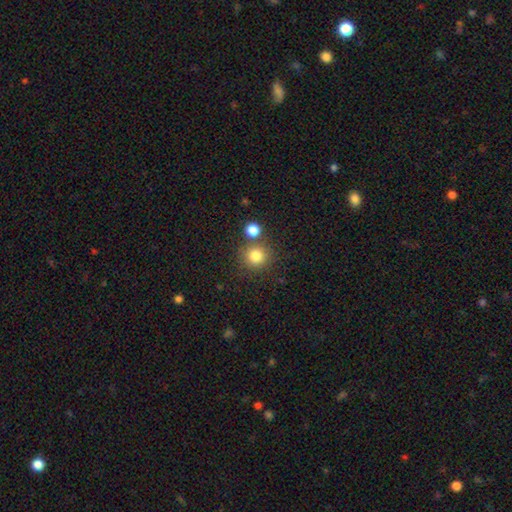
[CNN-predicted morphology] Smooth or featured: smooth — 82% (star or artifact — 12%)
How rounded: round — 92% (in between — 7%)
Merging: none — 75% (merger — 14%)